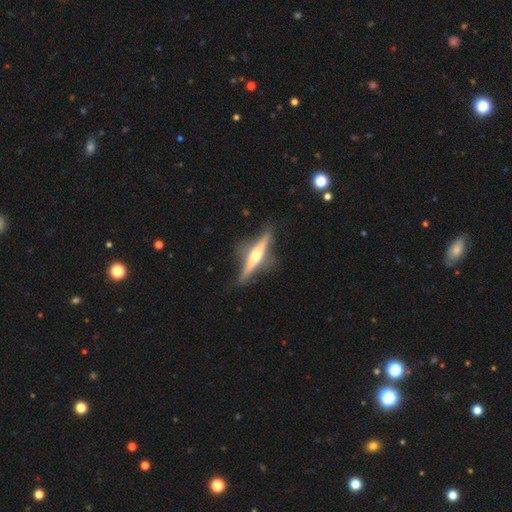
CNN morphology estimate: This is likely a featured or disk galaxy (75%). It is clearly viewed edge-on (97%). Edge-on bulge: clearly rounded (90%). Merging: clearly none (82%).